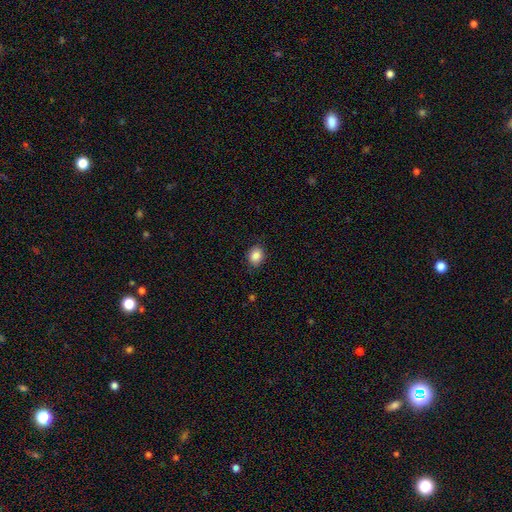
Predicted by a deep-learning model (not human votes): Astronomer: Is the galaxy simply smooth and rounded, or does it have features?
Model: smooth — 87%.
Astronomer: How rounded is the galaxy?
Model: in between — 50% (runner-up: round, 49%).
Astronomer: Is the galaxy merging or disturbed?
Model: none — 86%.